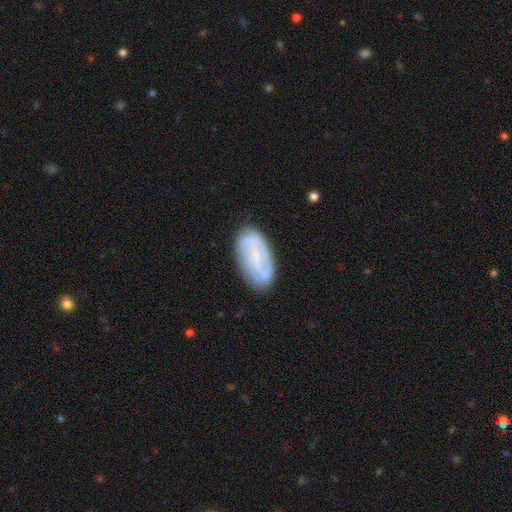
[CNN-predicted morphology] This appears to be a featured or disk galaxy (50%). Merging: none (75%).